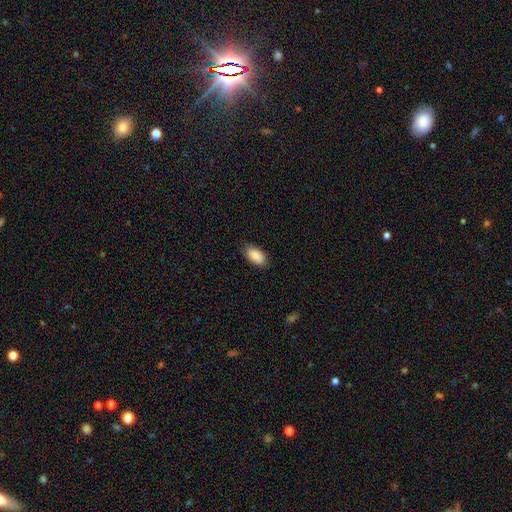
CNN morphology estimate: smooth_or_featured: smooth (p=0.87) [alt: featured or disk p=0.06]
how_rounded: in between (p=0.94) [alt: cigar-shaped p=0.03]
merging: none (p=0.86) [alt: minor disturbance p=0.11]